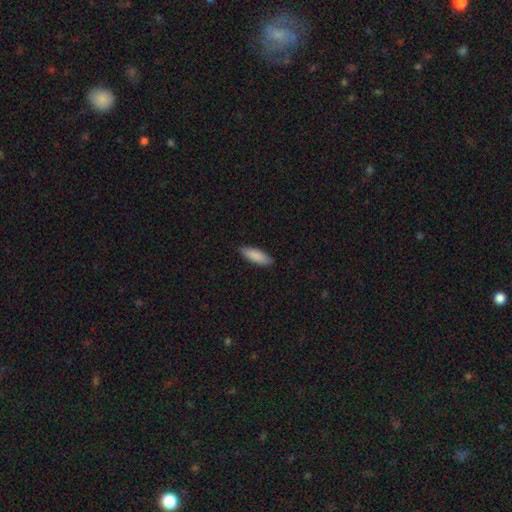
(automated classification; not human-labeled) smooth_or_featured: smooth (p=0.88) [alt: featured or disk p=0.07]
how_rounded: in between (p=0.58) [alt: cigar-shaped p=0.41]
merging: none (p=0.86) [alt: minor disturbance p=0.11]